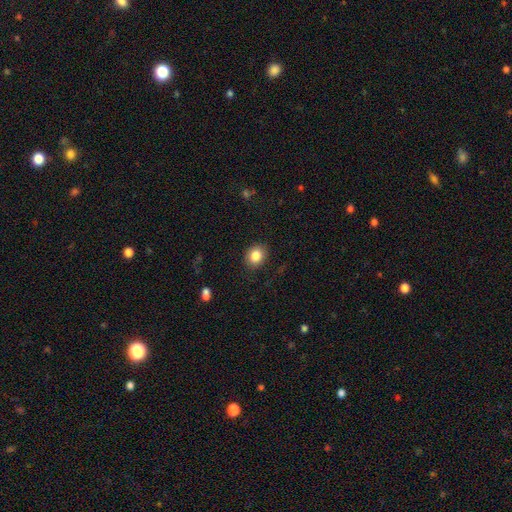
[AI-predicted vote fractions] The model was most divided on "how rounded": round: 55%, in between: 44%, cigar-shaped: 1%. More confident: merging — none (87%); smooth or featured — smooth (84%).